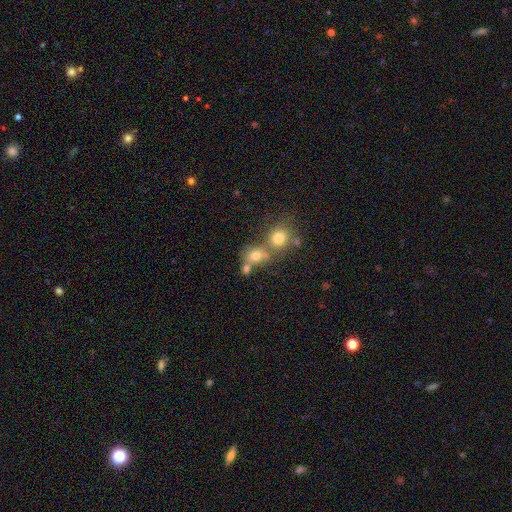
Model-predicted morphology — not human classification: Q: Smooth or featured?
A: smooth (70%); runner-up: featured or disk (15%)
Q: How rounded?
A: round (61%); runner-up: in between (37%)
Q: Merging?
A: merger (43%); runner-up: none (41%)